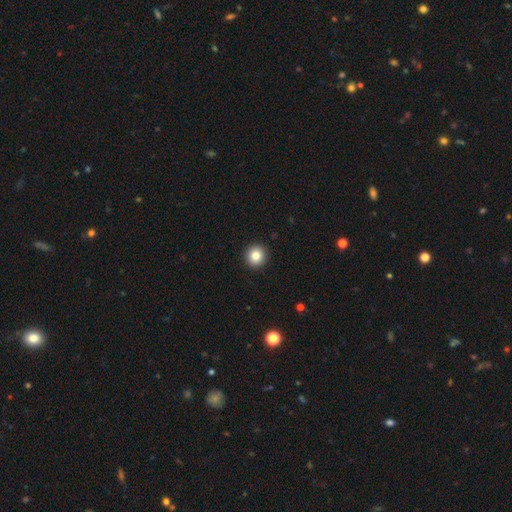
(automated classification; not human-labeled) smooth_or_featured: smooth (p=0.83) [alt: star or artifact p=0.10]
how_rounded: round (p=0.93) [alt: in between p=0.06]
merging: none (p=0.93) [alt: minor disturbance p=0.04]